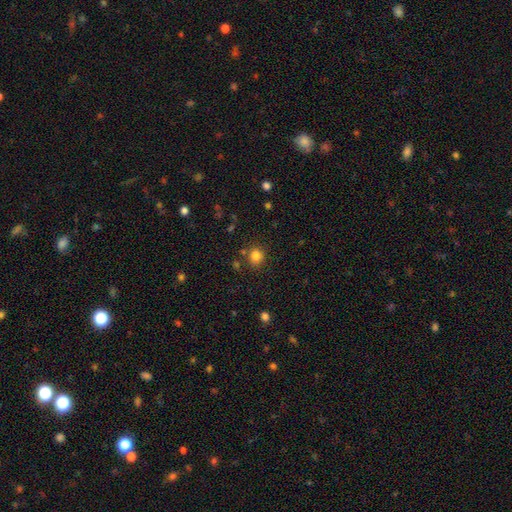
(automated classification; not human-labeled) smooth_or_featured: smooth (p=0.82) [alt: star or artifact p=0.13]
how_rounded: round (p=0.84) [alt: in between p=0.15]
merging: none (p=0.80) [alt: minor disturbance p=0.10]